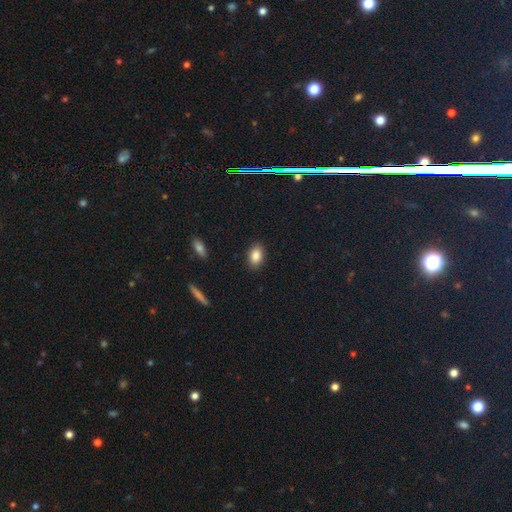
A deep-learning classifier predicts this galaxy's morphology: smooth_or_featured: smooth (p=0.86) [alt: star or artifact p=0.08]
how_rounded: in between (p=0.88) [alt: round p=0.10]
merging: none (p=0.88) [alt: minor disturbance p=0.09]